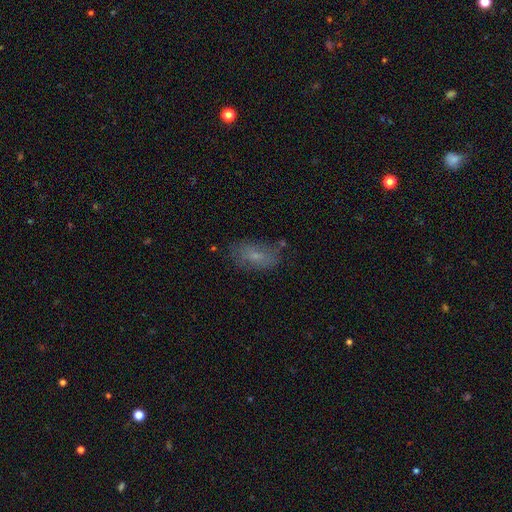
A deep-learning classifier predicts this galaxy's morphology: A smooth galaxy with no disk features (64%) that is in between round and cigar-shaped (88%). Merging: none (68%).